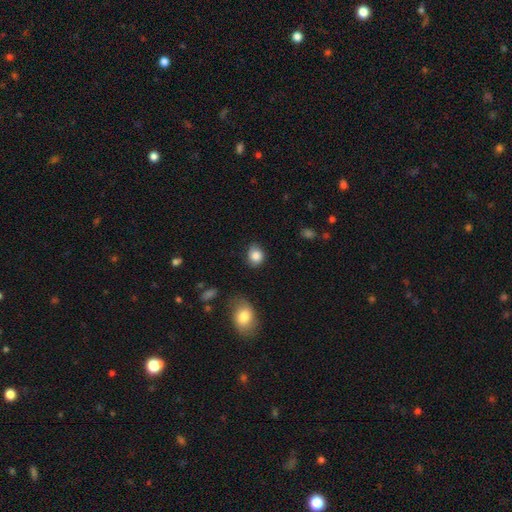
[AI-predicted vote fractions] Smooth or featured: smooth — 85% (star or artifact — 8%)
How rounded: round — 62% (in between — 37%)
Merging: none — 74% (minor disturbance — 20%)